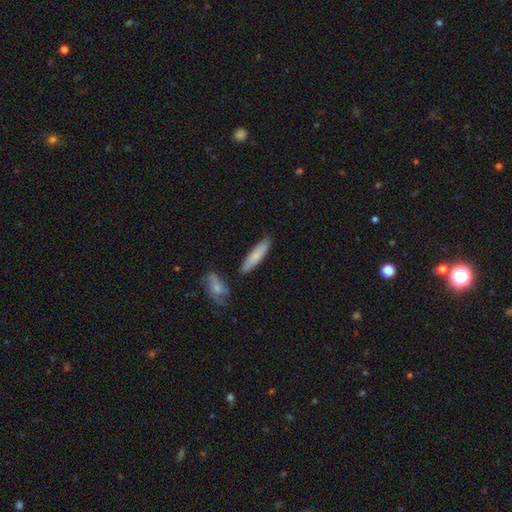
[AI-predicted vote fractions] smooth_or_featured: smooth (p=0.74) [alt: featured or disk p=0.20]
how_rounded: cigar-shaped (p=0.75) [alt: in between p=0.23]
merging: none (p=0.80) [alt: minor disturbance p=0.12]